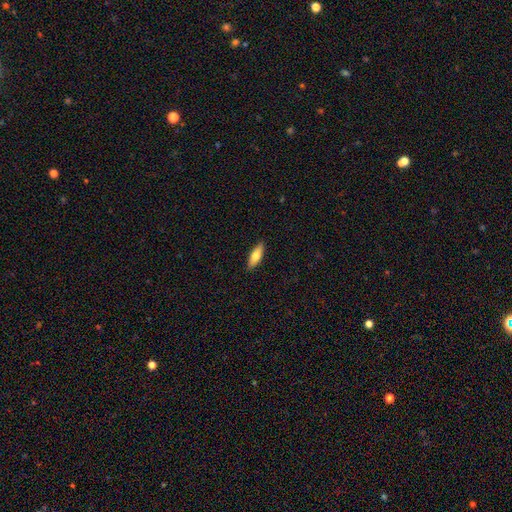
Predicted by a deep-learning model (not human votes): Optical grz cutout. It shows a smooth galaxy with no disk features (71%) that is in between round and cigar-shaped (59%). Merging: none (89%).